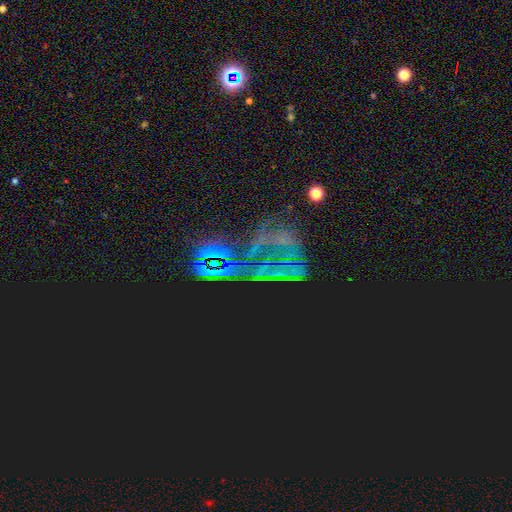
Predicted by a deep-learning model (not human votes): Smooth or featured? star or artifact (55%)